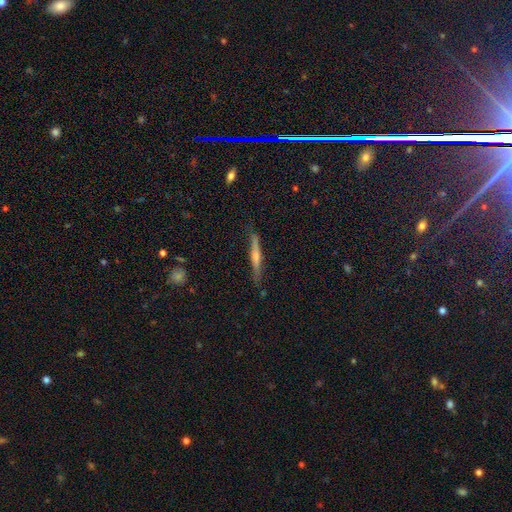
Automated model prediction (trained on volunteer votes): A featured or disk galaxy (59%) viewed edge-on (96%) with a rounded central bulge (63%). Merging: none (82%).